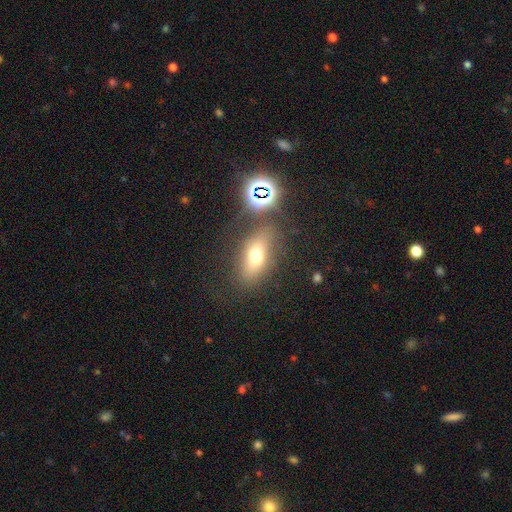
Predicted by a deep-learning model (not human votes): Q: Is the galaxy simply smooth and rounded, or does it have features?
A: smooth — 63%.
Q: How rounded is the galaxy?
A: in between — 73%.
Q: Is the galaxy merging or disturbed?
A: none — 73%.